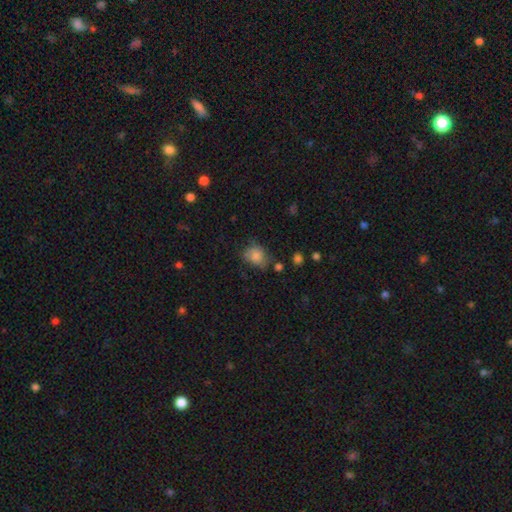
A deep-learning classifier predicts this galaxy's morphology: A smooth galaxy with no disk features (78%) that is round (57%). Merging: none (52%).